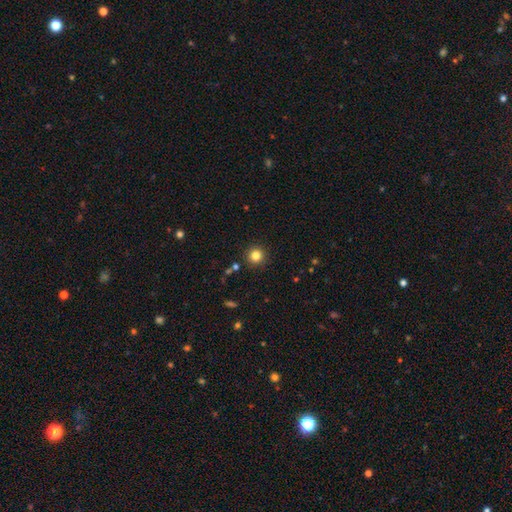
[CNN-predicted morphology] type=smooth (82%); roundness=round (94%); merging=none (90%).